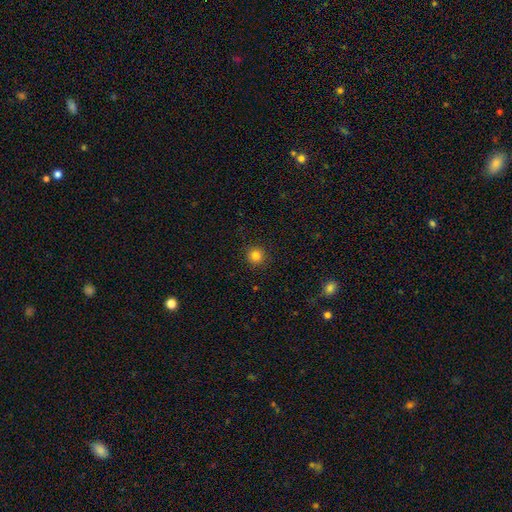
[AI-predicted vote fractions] smooth-or-featured: smooth: 82% | star or artifact: 13% | featured or disk: 5%
  how-rounded: round: 94% | in between: 5% | cigar-shaped: 1%
  merging: none: 91% | minor disturbance: 6% | major disturbance: 2% | merger: 1%